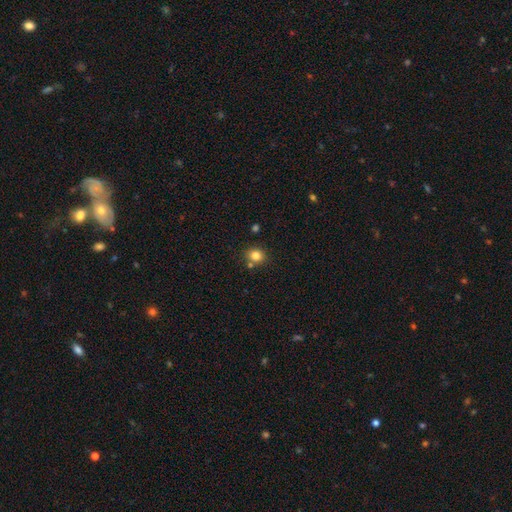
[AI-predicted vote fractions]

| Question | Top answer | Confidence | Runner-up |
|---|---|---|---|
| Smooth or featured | smooth | 82% | star or artifact (12%) |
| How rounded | round | 75% | in between (24%) |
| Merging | none | 75% | merger (12%) |